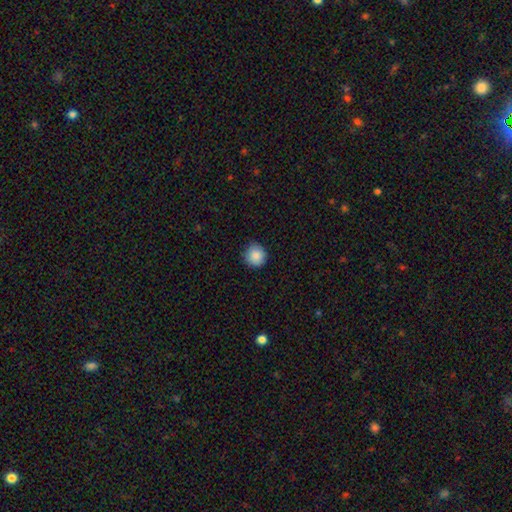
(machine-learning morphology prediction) A smooth galaxy with no disk features (87%) that is round (94%). Merging: none (85%).